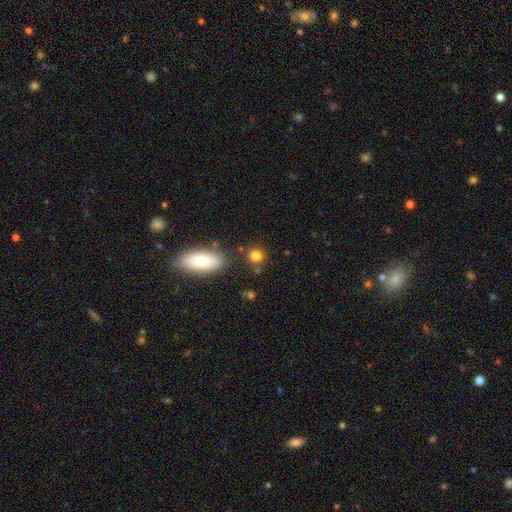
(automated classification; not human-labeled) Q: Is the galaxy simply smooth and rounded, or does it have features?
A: smooth — 82%.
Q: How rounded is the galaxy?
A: round — 78%.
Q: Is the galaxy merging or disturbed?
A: none — 77%.